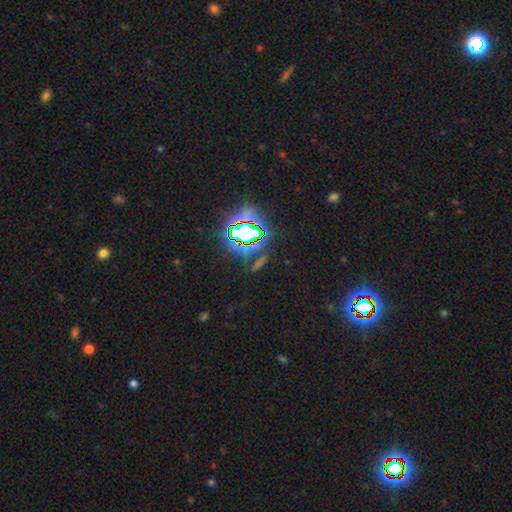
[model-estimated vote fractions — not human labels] Overall: star or artifact (82%).